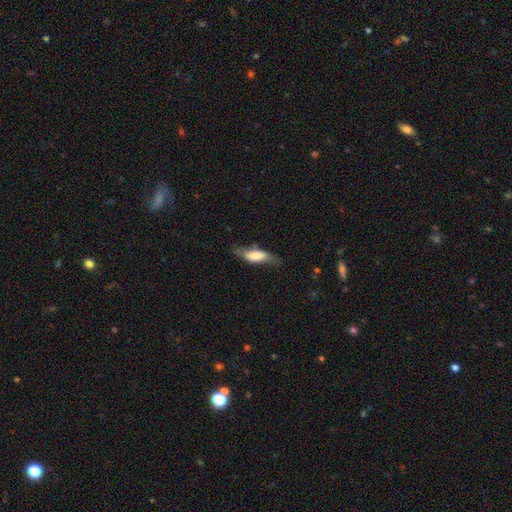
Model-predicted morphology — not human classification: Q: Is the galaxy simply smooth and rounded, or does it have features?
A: smooth — 64%.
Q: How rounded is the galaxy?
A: in between — 55%.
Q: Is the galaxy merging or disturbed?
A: none — 58%.